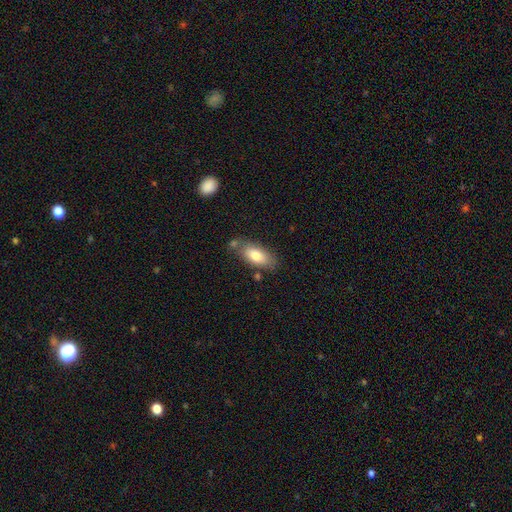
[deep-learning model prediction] This is likely a smooth galaxy (77%). How rounded: clearly in between (87%). Merging: likely none (67%).